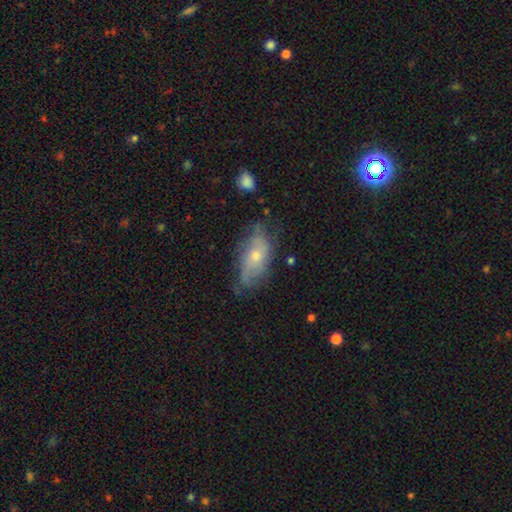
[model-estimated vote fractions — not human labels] This is possibly a featured or disk galaxy (52%). It is clearly not viewed edge-on (89%). Merging: possibly none (55%).